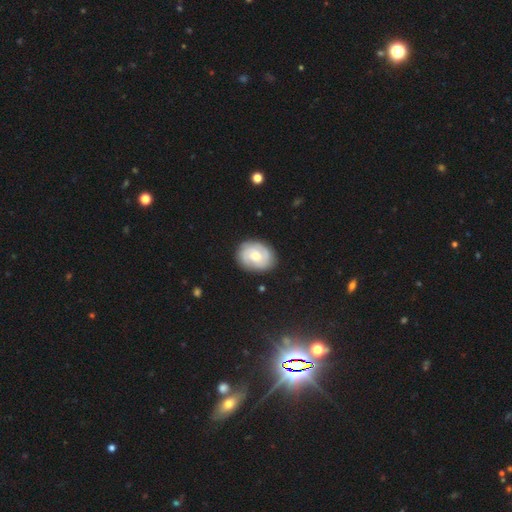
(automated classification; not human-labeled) Smooth or featured: featured or disk — 67% (smooth — 27%)
Edge-on disk: no — 97% (yes — 3%)
Bar: no — 70% (weak — 26%)
Spiral arms: yes — 89% (no — 11%)
Spiral winding: tight — 61% (medium — 30%)
Spiral arm count: can't tell — 31% (2 — 29%)
Bulge size: moderate — 55% (small — 40%)
Merging: none — 84% (minor disturbance — 12%)